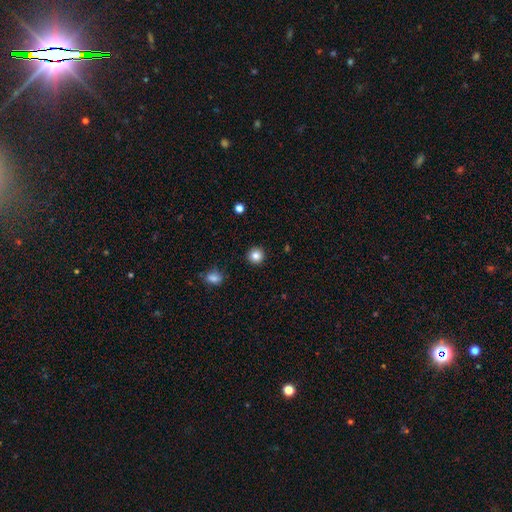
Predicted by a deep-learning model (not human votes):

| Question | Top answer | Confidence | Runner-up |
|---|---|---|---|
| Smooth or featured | smooth | 84% | star or artifact (11%) |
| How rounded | round | 94% | in between (5%) |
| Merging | none | 92% | minor disturbance (5%) |